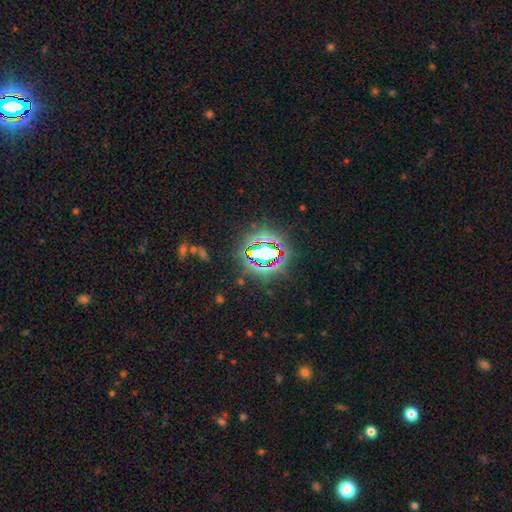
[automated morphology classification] Overall: star or artifact (79%).